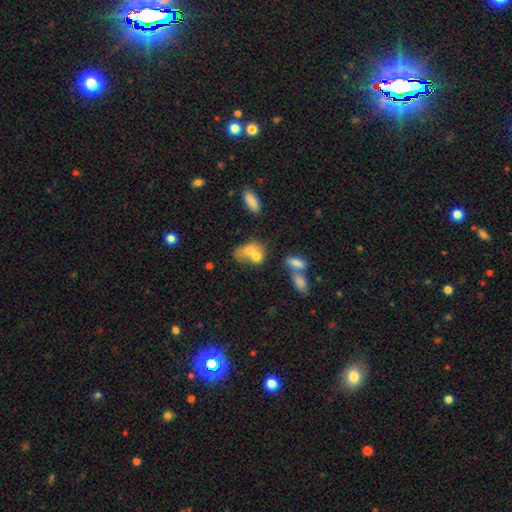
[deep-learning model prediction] Smooth or featured: smooth — 66% (featured or disk — 24%)
How rounded: in between — 61% (round — 37%)
Merging: merger — 63% (none — 21%)